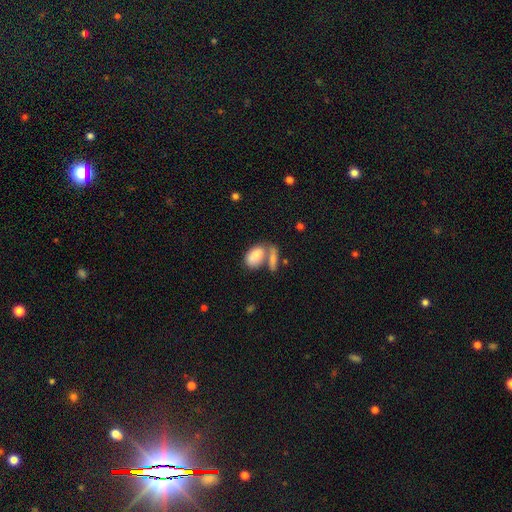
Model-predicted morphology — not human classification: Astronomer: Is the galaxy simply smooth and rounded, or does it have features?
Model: smooth — 81%.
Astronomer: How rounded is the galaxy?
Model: in between — 90%.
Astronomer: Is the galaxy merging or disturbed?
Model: merger — 50% (runner-up: none, 33%).